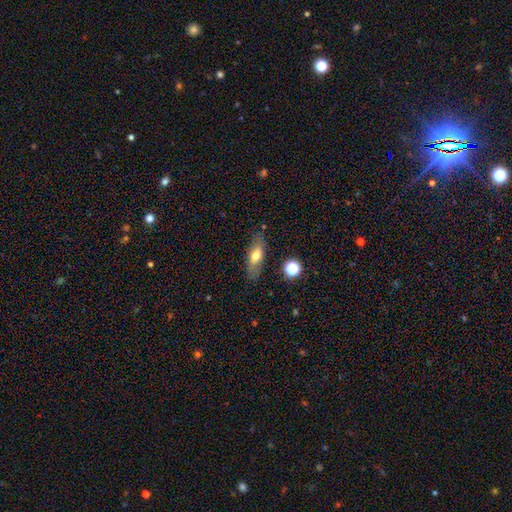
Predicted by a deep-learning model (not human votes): Overall: smooth (63%; featured or disk 29%). How rounded: in between (62%; cigar-shaped 34%). Merging: none (81%).